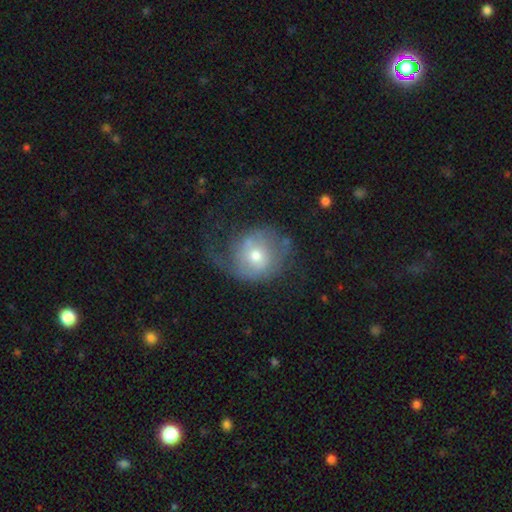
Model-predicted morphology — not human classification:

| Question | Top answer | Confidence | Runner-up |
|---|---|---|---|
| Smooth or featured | featured or disk | 48% | smooth (43%) |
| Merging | major disturbance | 40% | none (35%) |